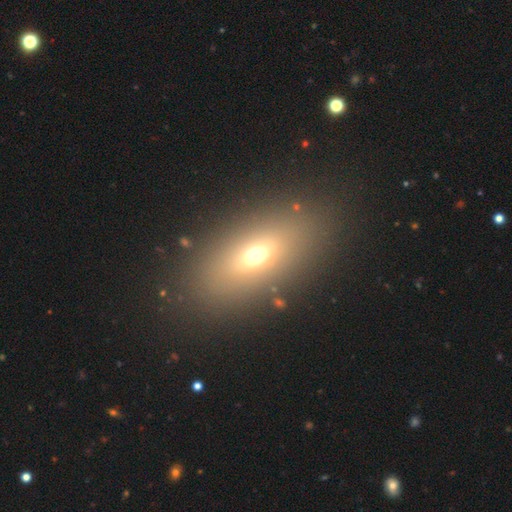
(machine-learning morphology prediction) type=smooth (62%); roundness=in between (79%); merging=none (84%).